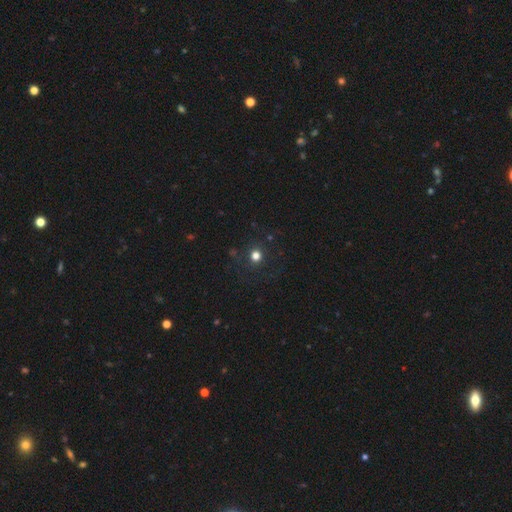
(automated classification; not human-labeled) Smooth or featured? Predicted: smooth (p=0.74). How rounded? Predicted: round (p=0.92). Merging? Predicted: none (p=0.86).